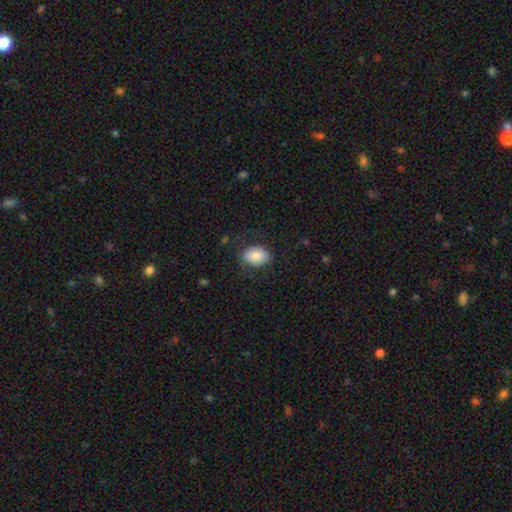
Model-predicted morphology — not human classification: This is likely a smooth galaxy (78%). How rounded: likely in between (78%). Merging: likely none (73%).